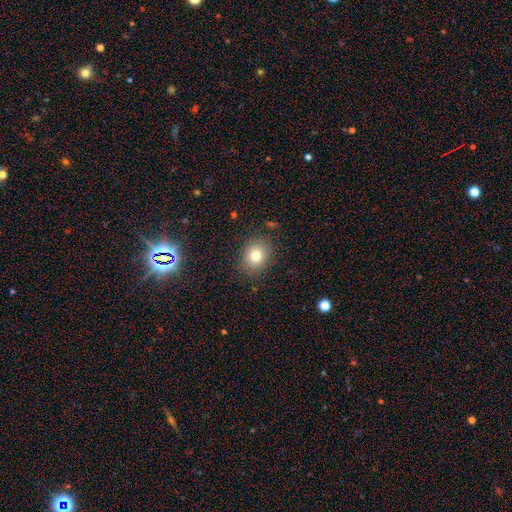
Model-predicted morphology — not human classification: Smooth or featured? smooth (78%)
How rounded? round (62%)
Merging? none (85%)